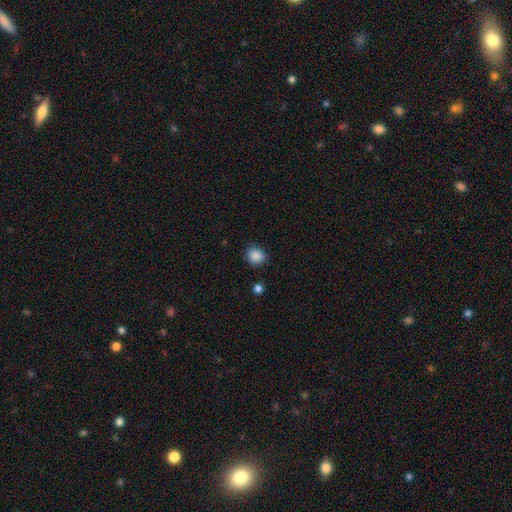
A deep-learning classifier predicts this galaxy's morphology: Smooth or featured?
  - smooth: 87% *
  - star or artifact: 9%
  - featured or disk: 3%
How rounded?
  - round: 65% *
  - in between: 34%
  - cigar-shaped: 1%
Merging?
  - none: 82% *
  - minor disturbance: 13%
  - major disturbance: 3%
  - merger: 2%